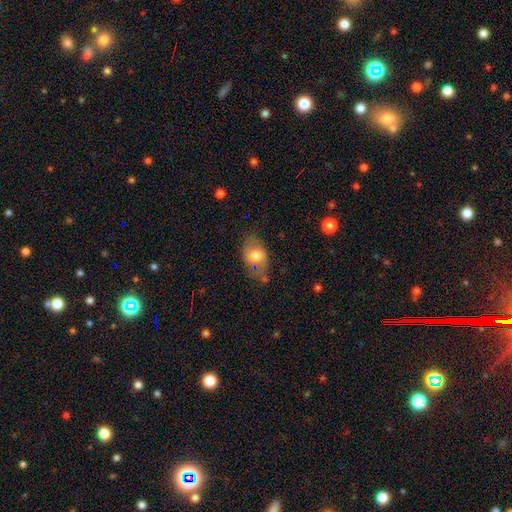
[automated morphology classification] Smooth or featured?
  - smooth: 58% *
  - featured or disk: 34%
  - star or artifact: 7%
How rounded?
  - in between: 83% *
  - round: 15%
  - cigar-shaped: 2%
Merging?
  - none: 57% *
  - minor disturbance: 26%
  - major disturbance: 12%
  - merger: 5%